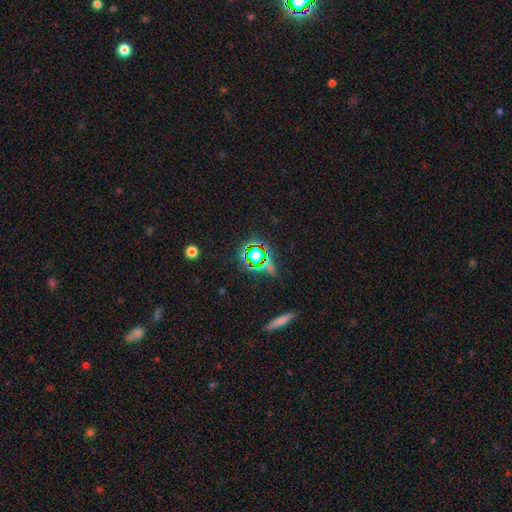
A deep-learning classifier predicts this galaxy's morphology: The model was most divided on "smooth or featured": star or artifact: 60%, smooth: 28%, featured or disk: 11%.